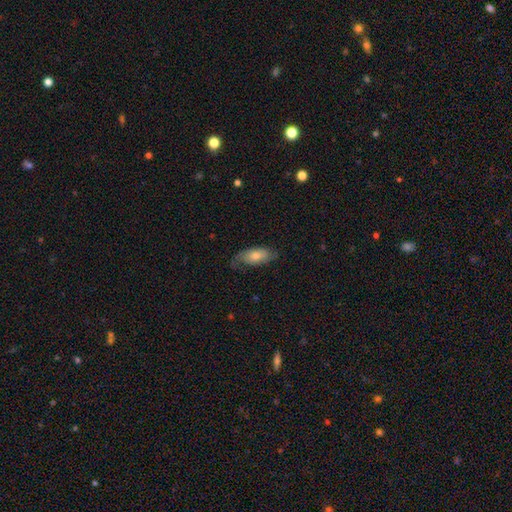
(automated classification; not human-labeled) Q: Smooth or featured?
A: smooth (64%); runner-up: featured or disk (30%)
Q: How rounded?
A: in between (88%); runner-up: cigar-shaped (9%)
Q: Merging?
A: none (58%); runner-up: minor disturbance (28%)